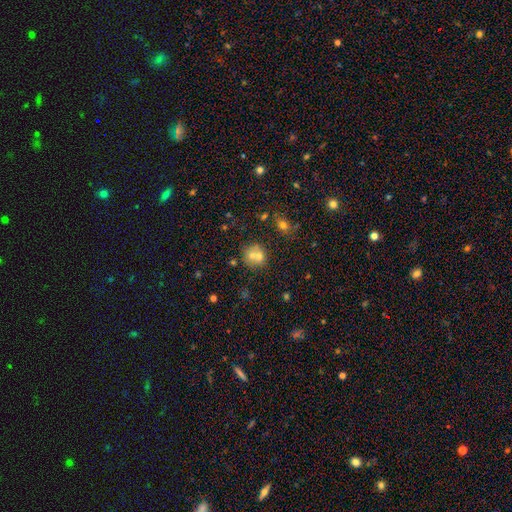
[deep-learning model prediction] The model was most divided on "merging": merger: 51%, none: 37%, minor disturbance: 8%, major disturbance: 3%. More confident: how rounded — round (78%); smooth or featured — smooth (64%).